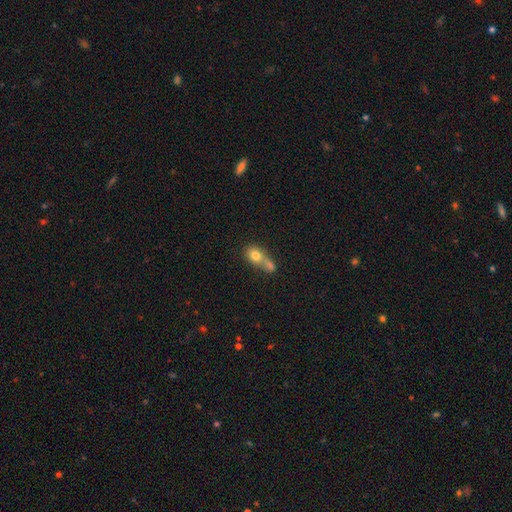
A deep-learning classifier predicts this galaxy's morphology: Smooth or featured: smooth — 75% (featured or disk — 17%)
How rounded: in between — 57% (round — 38%)
Merging: merger — 60% (none — 21%)